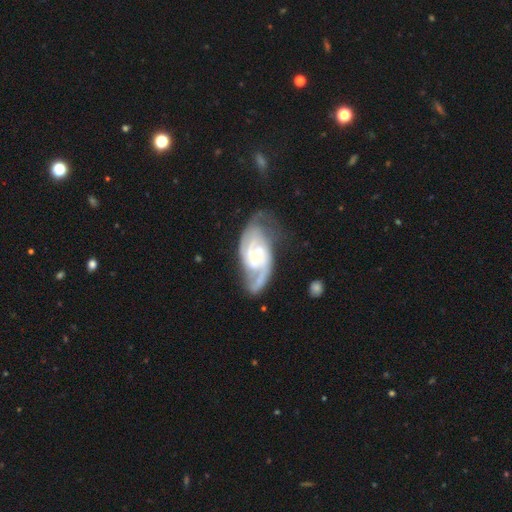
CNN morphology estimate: Smooth or featured? Predicted: featured or disk (p=0.88). Edge-on disk? Predicted: no (p=0.96). Bar? Predicted: no (p=0.52). Spiral arms? Predicted: yes (p=0.96). Spiral winding? Predicted: medium (p=0.46). Spiral arm count? Predicted: 2 (p=0.73). Bulge size? Predicted: small (p=0.63). Merging? Predicted: none (p=0.60).